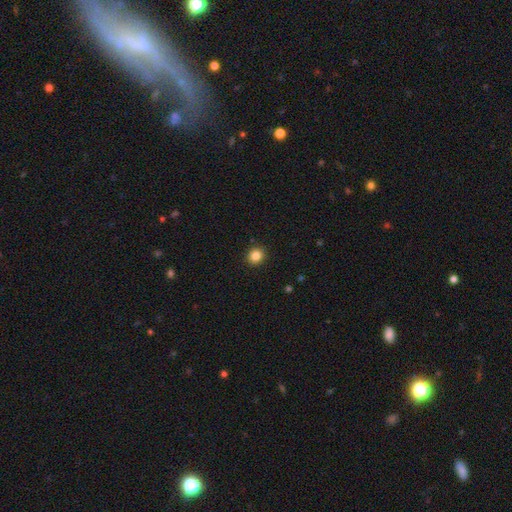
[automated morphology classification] smooth_or_featured: smooth (p=0.84) [alt: star or artifact p=0.11]
how_rounded: round (p=0.87) [alt: in between p=0.12]
merging: none (p=0.92) [alt: minor disturbance p=0.06]